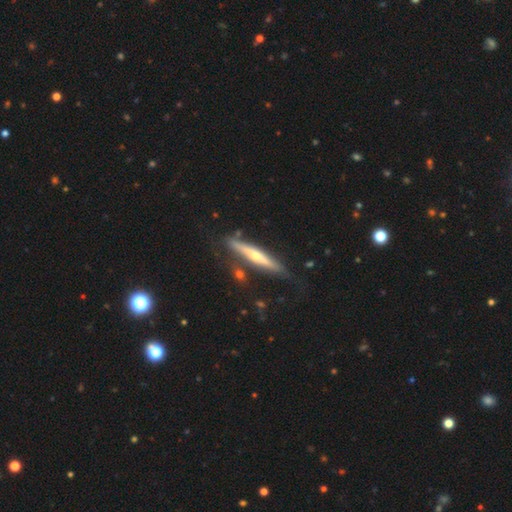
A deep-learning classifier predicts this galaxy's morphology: smooth-or-featured: featured or disk: 69% | smooth: 25% | star or artifact: 6%
  disk-edge-on: yes: 91% | no: 9%
    edge-on-bulge: rounded: 79% | none: 18% | boxy: 3%
  merging: none: 75% | minor disturbance: 17% | merger: 4% | major disturbance: 4%